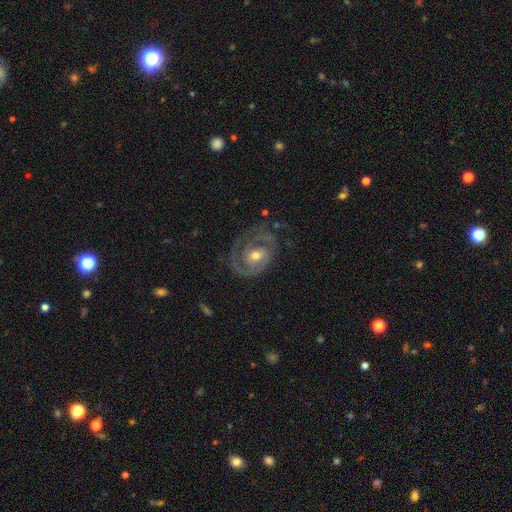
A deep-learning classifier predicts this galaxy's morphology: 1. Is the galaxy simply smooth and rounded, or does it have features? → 87% featured or disk, 8% smooth, 5% star or artifact.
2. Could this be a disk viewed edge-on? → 97% no, 3% yes.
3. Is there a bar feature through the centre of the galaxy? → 63% no, 29% weak, 8% strong.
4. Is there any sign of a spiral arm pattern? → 95% yes, 5% no.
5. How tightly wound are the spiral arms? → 58% tight, 34% medium, 9% loose.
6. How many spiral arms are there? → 61% 2, 19% 1, 10% can't tell, 7% 3, 2% 4, 2% more than 4.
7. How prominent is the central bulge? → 61% moderate, 33% small, 4% large, 1% none, 1% dominant.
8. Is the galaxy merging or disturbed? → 64% none, 19% minor disturbance, 15% major disturbance, 2% merger.